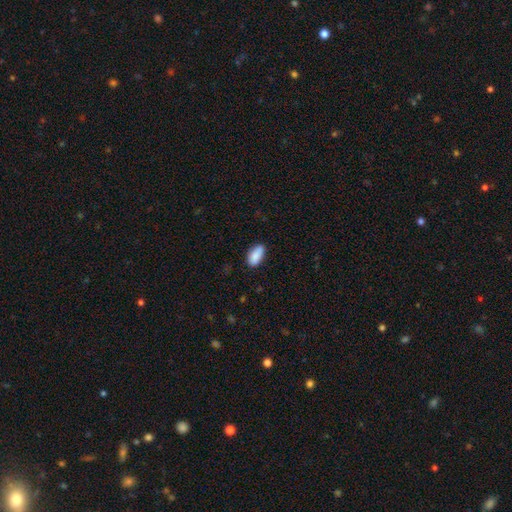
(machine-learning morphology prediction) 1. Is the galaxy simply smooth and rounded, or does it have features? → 88% smooth, 7% star or artifact, 6% featured or disk.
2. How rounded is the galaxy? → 91% in between, 6% cigar-shaped, 3% round.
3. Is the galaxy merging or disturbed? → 81% none, 15% minor disturbance, 3% major disturbance, 1% merger.